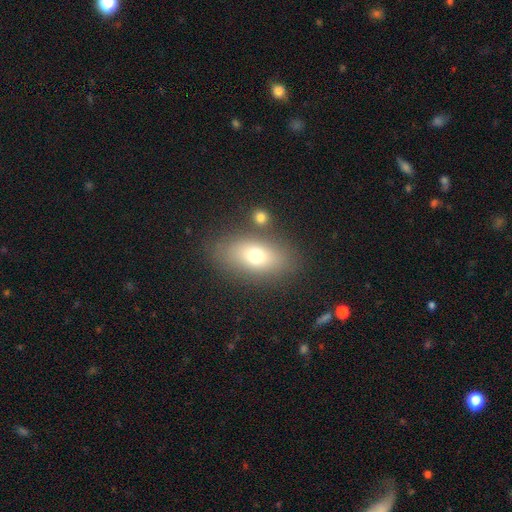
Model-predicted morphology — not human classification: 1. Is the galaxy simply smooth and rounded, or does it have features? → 71% smooth, 19% featured or disk, 10% star or artifact.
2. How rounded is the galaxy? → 86% in between, 9% round, 6% cigar-shaped.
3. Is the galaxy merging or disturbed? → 78% none, 11% minor disturbance, 7% merger, 4% major disturbance.